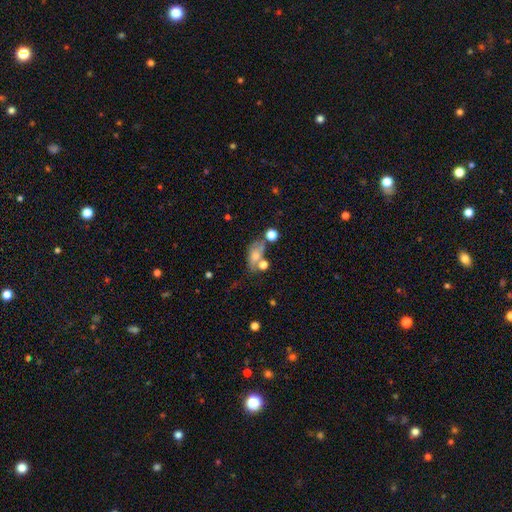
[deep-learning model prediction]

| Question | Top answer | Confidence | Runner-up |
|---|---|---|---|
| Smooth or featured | smooth | 59% | featured or disk (28%) |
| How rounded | in between | 80% | round (16%) |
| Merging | none | 37% | merger (27%) |